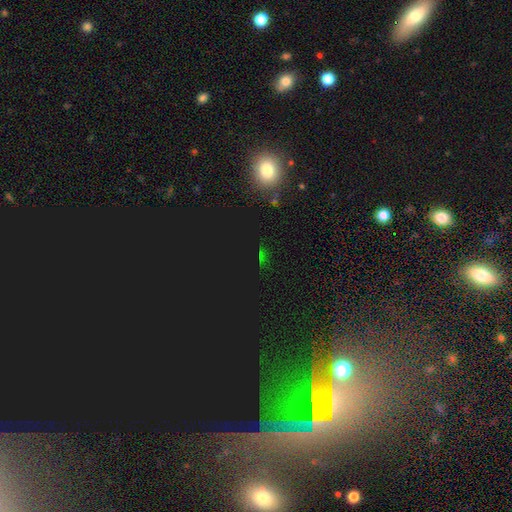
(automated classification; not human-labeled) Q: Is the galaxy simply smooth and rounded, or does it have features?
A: star or artifact — 74%.